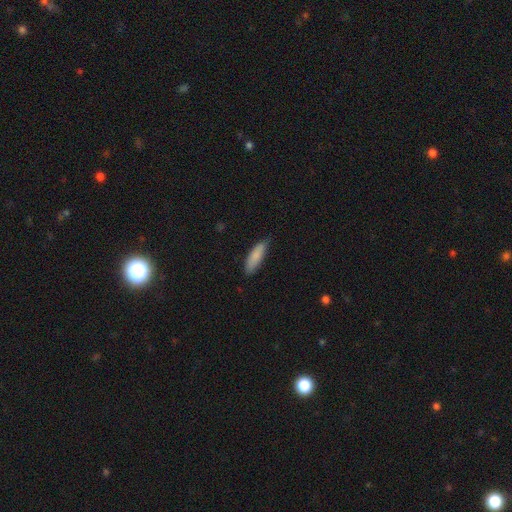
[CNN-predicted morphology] This is clearly a smooth galaxy (85%). How rounded: possibly cigar-shaped (51%). Merging: likely none (74%).